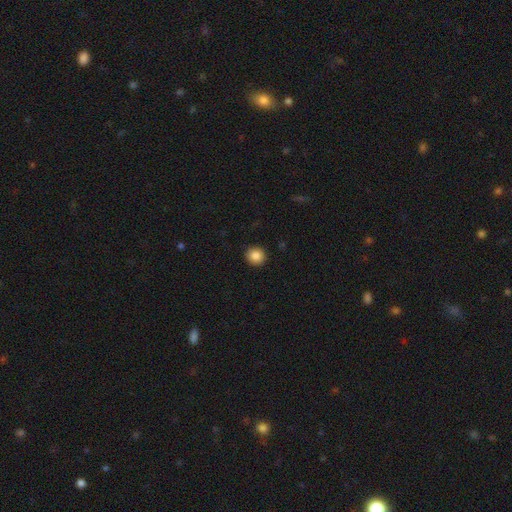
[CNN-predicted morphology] Smooth or featured? smooth (87%)
How rounded? round (90%)
Merging? none (92%)